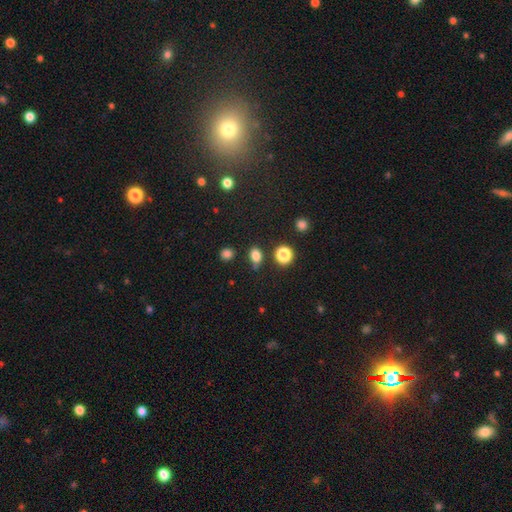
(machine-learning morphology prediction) This appears to be a smooth galaxy with no disk features (80%) that is in between round and cigar-shaped (60%). Merging: none (75%).